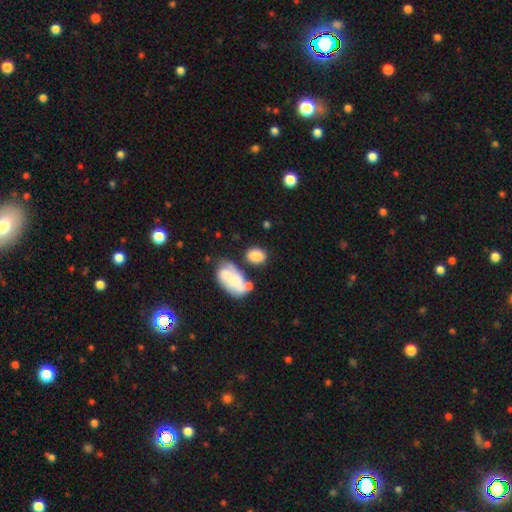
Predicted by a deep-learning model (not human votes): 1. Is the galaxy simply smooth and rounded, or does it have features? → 77% smooth, 16% featured or disk, 8% star or artifact.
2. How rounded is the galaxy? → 69% in between, 29% round, 2% cigar-shaped.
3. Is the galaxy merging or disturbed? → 54% none, 20% minor disturbance, 18% merger, 8% major disturbance.